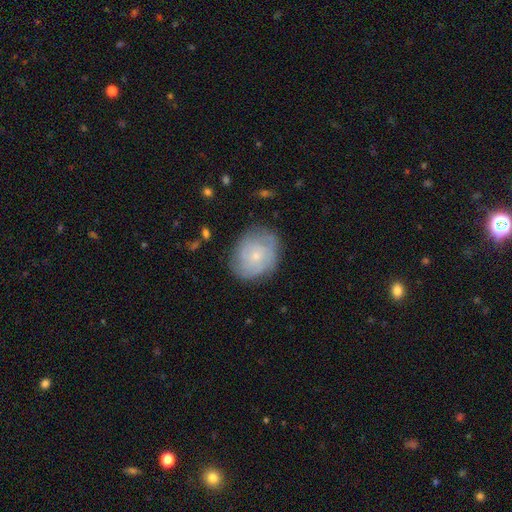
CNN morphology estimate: This is possibly a featured or disk galaxy (54%). It is clearly not viewed edge-on (97%). Bar: clearly no (83%). Spiral arm pattern: likely yes (77%). Central bulge: likely small (75%). Merging: likely none (75%).